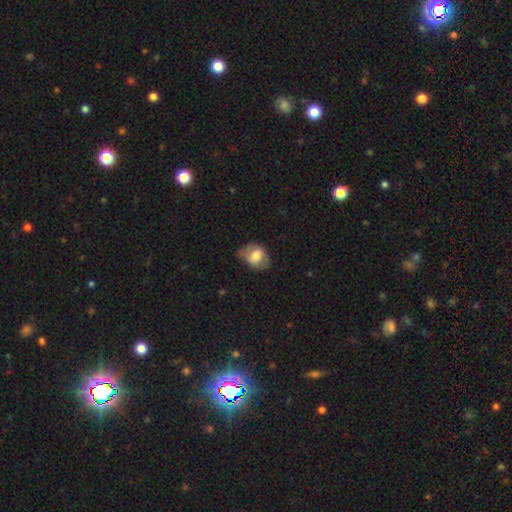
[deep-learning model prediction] Smooth or featured? Predicted: smooth (p=0.61). How rounded? Predicted: in between (p=0.66). Merging? Predicted: none (p=0.50).